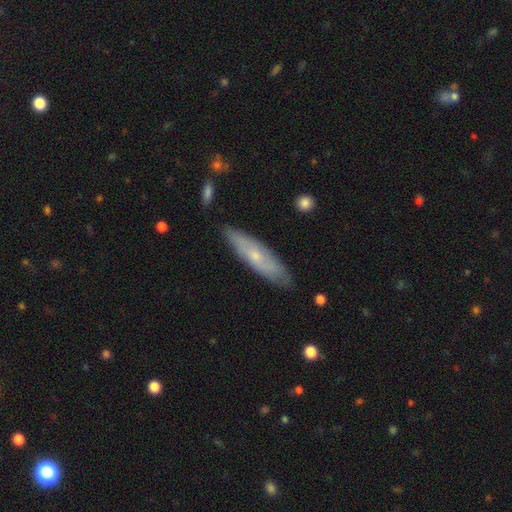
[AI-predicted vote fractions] Smooth or featured? smooth (49%)
Merging? none (82%)